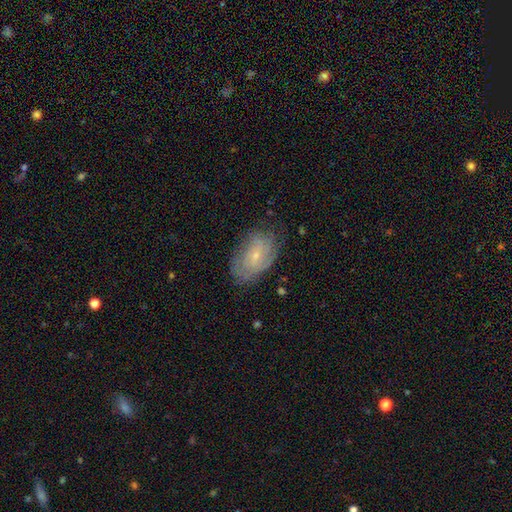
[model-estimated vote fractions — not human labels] smooth-or-featured: featured or disk: 62% | smooth: 30% | star or artifact: 8%
  disk-edge-on: no: 95% | yes: 5%
    bar: no: 56% | weak: 37% | strong: 7%
    has-spiral-arms: yes: 83% | no: 17%
    bulge-size: small: 76% | moderate: 19% | none: 4% | large: 1% | dominant: 1%
  merging: none: 69% | minor disturbance: 22% | major disturbance: 8% | merger: 1%